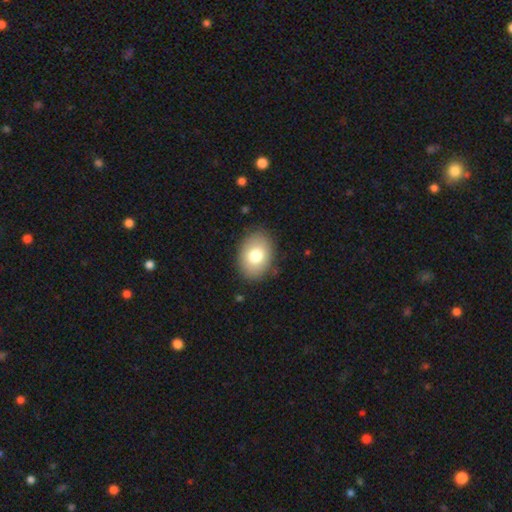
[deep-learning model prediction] A smooth galaxy with no disk features (77%) that is in between round and cigar-shaped (77%). Merging: none (86%).